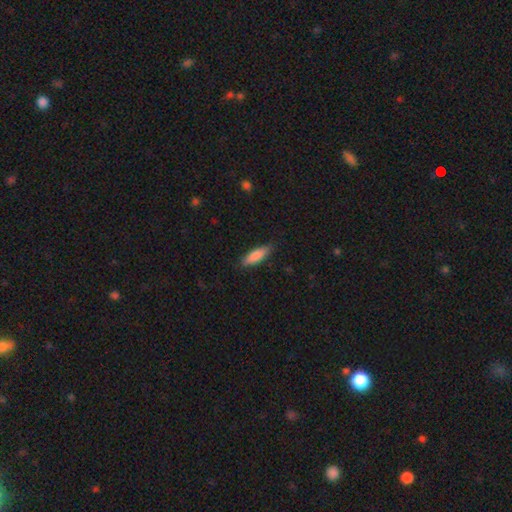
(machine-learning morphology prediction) Q: Smooth or featured?
A: smooth (84%); runner-up: featured or disk (11%)
Q: How rounded?
A: cigar-shaped (52%); runner-up: in between (46%)
Q: Merging?
A: none (84%); runner-up: minor disturbance (12%)